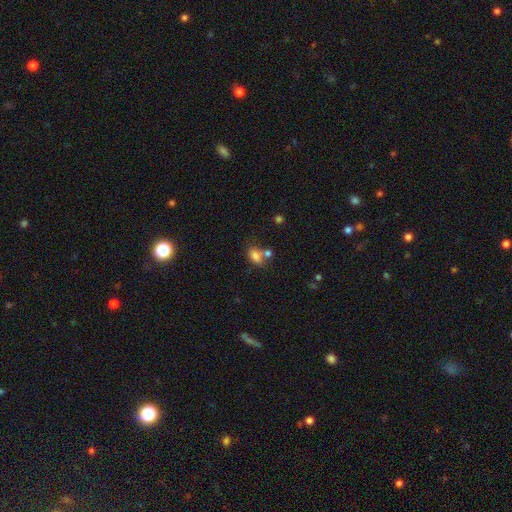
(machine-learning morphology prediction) A smooth galaxy with no disk features (80%) that is in between round and cigar-shaped (81%). Merging: none (47%).